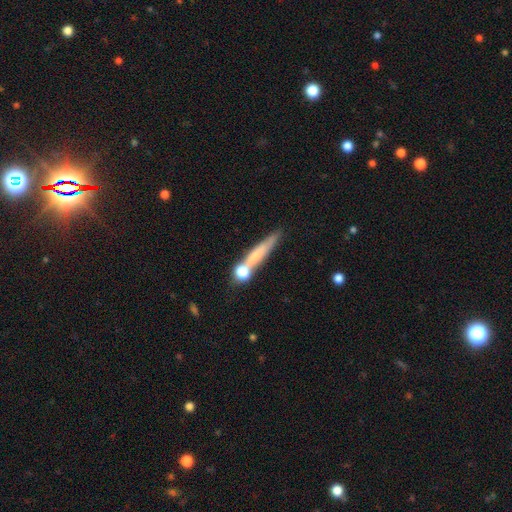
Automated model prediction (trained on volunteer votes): A smooth galaxy with no disk features (53%) that is cigar-shaped (82%). Merging: none (56%).